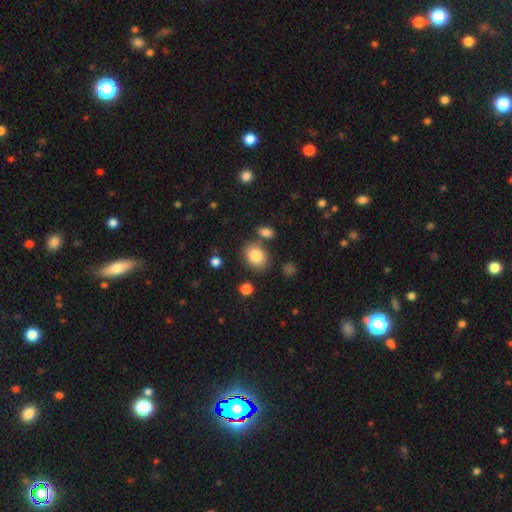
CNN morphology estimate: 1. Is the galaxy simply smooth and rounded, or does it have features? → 84% smooth, 8% star or artifact, 7% featured or disk.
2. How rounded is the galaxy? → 69% in between, 30% round, 1% cigar-shaped.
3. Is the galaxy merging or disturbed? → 76% none, 11% minor disturbance, 9% merger, 4% major disturbance.